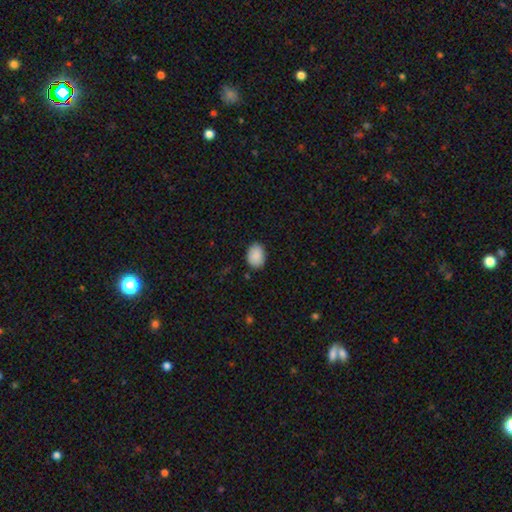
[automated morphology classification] smooth-or-featured: smooth: 90% | star or artifact: 7% | featured or disk: 3%
  how-rounded: in between: 74% | round: 26% | cigar-shaped: 1%
  merging: none: 86% | minor disturbance: 11% | major disturbance: 2% | merger: 1%